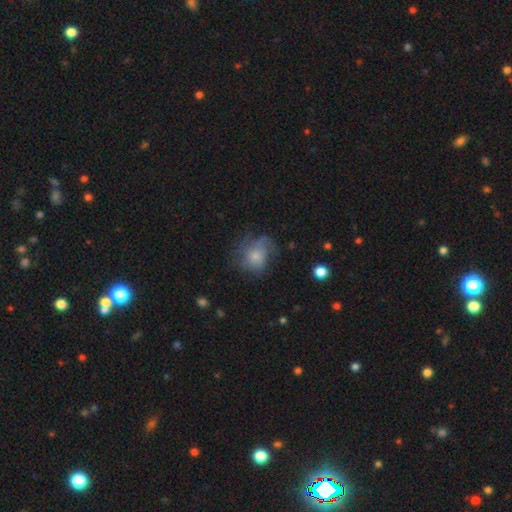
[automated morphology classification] Smooth or featured?
  - smooth: 52% *
  - featured or disk: 38%
  - star or artifact: 11%
How rounded?
  - round: 65% *
  - in between: 34%
  - cigar-shaped: 1%
Merging?
  - none: 48% *
  - minor disturbance: 25%
  - major disturbance: 25%
  - merger: 2%